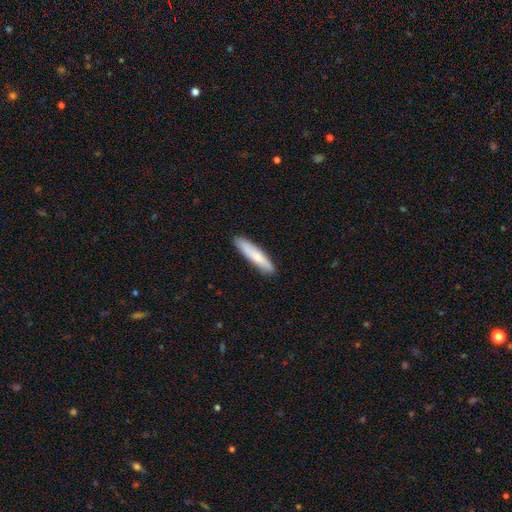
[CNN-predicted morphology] smooth 74%, featured or disk 21%, star or artifact 5%. Down the decision tree: how rounded — cigar-shaped (87%); merging — none (89%).